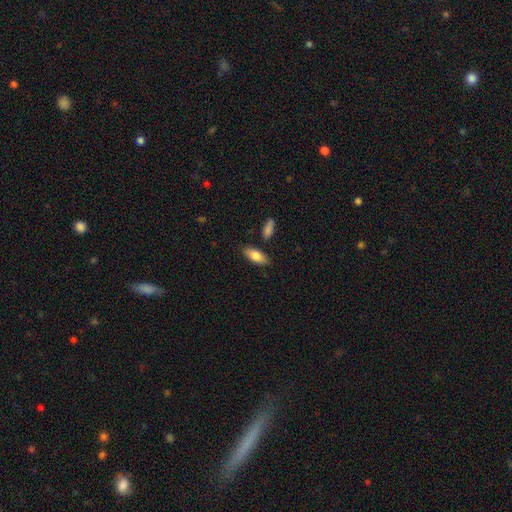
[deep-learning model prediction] smooth-or-featured: smooth: 80% | featured or disk: 14% | star or artifact: 6%
  how-rounded: in between: 83% | cigar-shaped: 14% | round: 3%
  merging: none: 82% | minor disturbance: 12% | merger: 4% | major disturbance: 2%